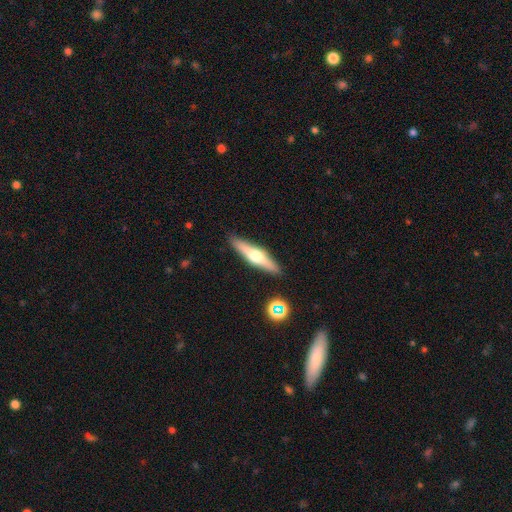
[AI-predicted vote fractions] smooth-or-featured: featured or disk: 57% | smooth: 36% | star or artifact: 6%
  disk-edge-on: yes: 94% | no: 6%
    edge-on-bulge: rounded: 93% | boxy: 4% | none: 3%
  merging: none: 89% | minor disturbance: 7% | merger: 2% | major disturbance: 2%